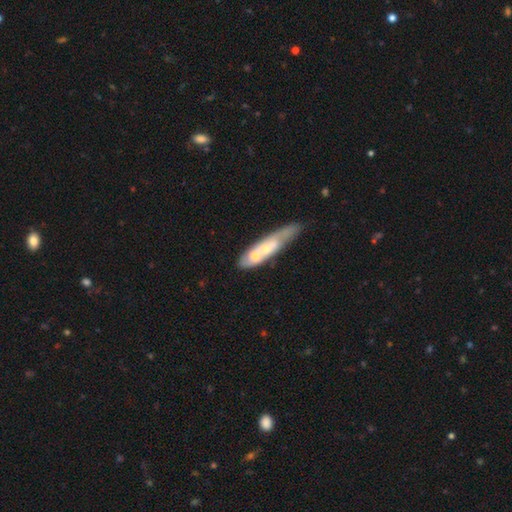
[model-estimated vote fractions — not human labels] Morphology: type=smooth (48%); merging=merger (49%).